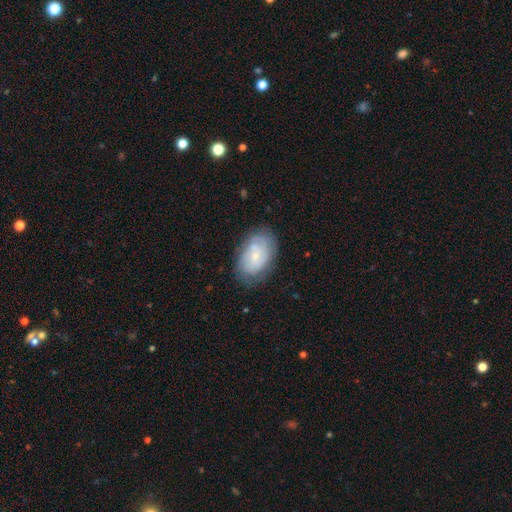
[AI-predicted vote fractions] Q: Smooth or featured?
A: featured or disk (51%); runner-up: smooth (42%)
Q: Edge-on disk?
A: no (95%); runner-up: yes (5%)
Q: Merging?
A: none (72%); runner-up: minor disturbance (20%)